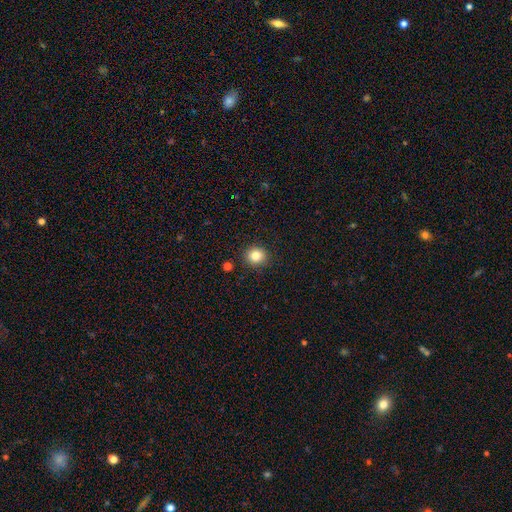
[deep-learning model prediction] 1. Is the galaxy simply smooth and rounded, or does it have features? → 84% smooth, 11% star or artifact, 5% featured or disk.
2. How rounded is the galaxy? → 87% round, 12% in between, 1% cigar-shaped.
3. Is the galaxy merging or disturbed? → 90% none, 6% minor disturbance, 2% major disturbance, 1% merger.